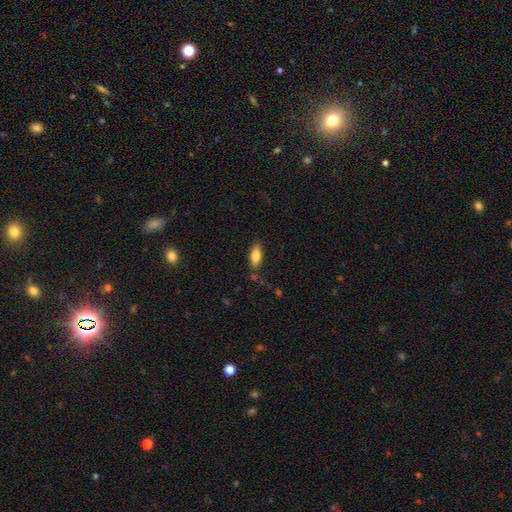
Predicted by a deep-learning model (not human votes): Smooth or featured?
  - smooth: 80% *
  - featured or disk: 13%
  - star or artifact: 8%
How rounded?
  - in between: 84% *
  - cigar-shaped: 13%
  - round: 3%
Merging?
  - none: 78% *
  - minor disturbance: 15%
  - major disturbance: 3%
  - merger: 3%